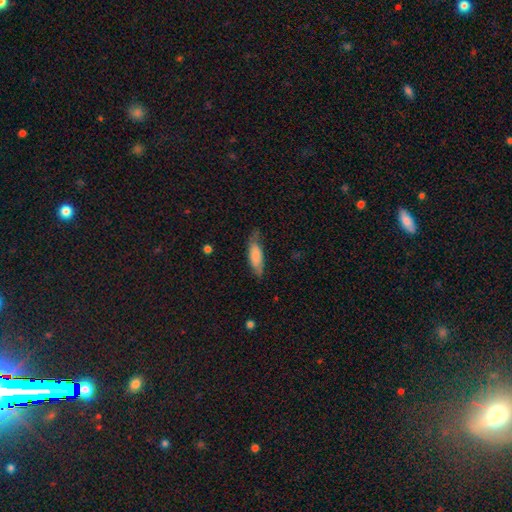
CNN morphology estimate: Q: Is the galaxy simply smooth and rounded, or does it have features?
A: smooth — 78%.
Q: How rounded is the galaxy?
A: in between — 58%.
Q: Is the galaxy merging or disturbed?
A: none — 63%.